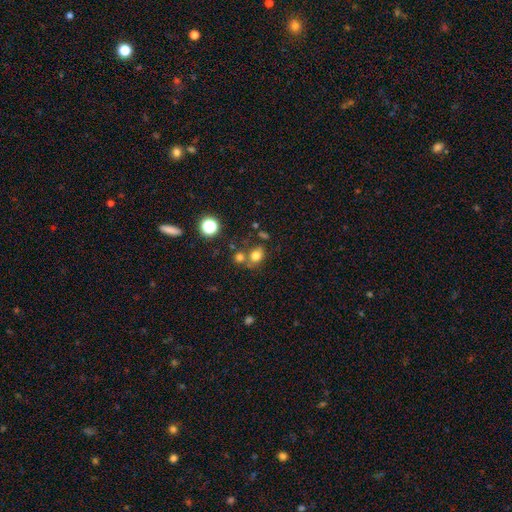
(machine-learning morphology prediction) smooth_or_featured: smooth (p=0.76) [alt: star or artifact p=0.15]
how_rounded: round (p=0.52) [alt: in between p=0.47]
merging: none (p=0.55) [alt: merger p=0.26]